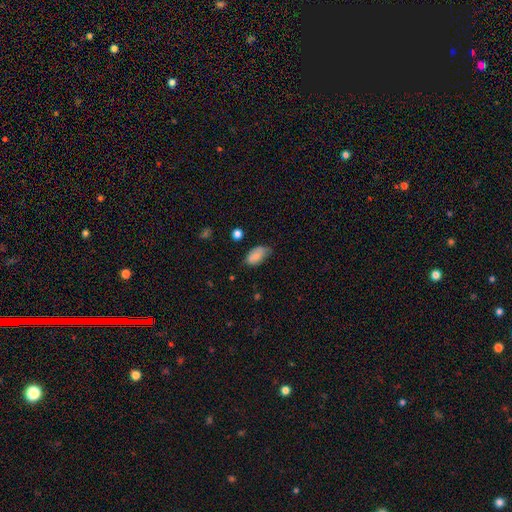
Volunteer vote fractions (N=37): Q: Smooth or featured?
A: smooth (84%); runner-up: featured or disk (8%)
Q: How rounded?
A: in between (87%); runner-up: round (6%)
Q: Merging?
A: none (50%); runner-up: minor disturbance (38%)